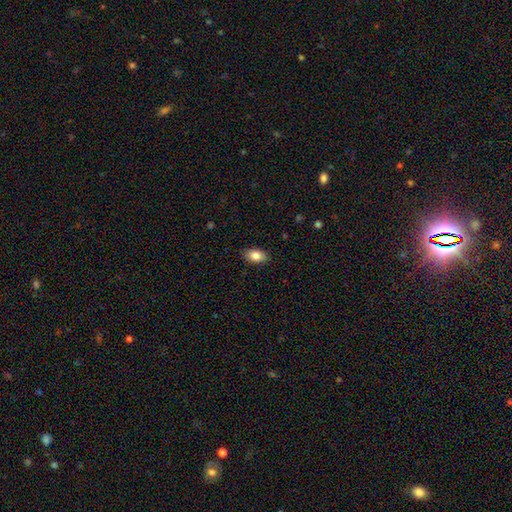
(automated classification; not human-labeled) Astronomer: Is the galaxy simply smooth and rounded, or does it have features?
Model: smooth — 83%.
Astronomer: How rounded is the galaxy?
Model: in between — 91%.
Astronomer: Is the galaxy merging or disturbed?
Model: none — 88%.